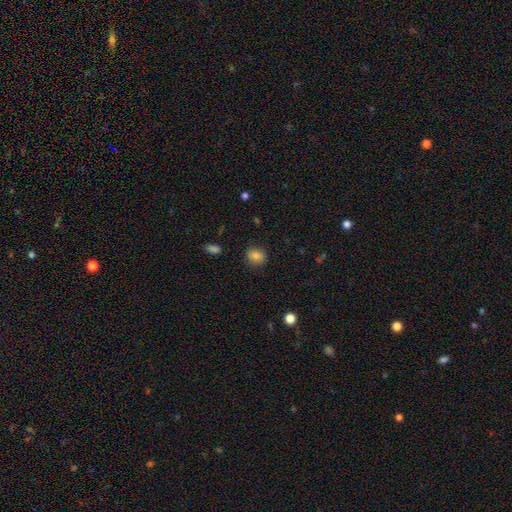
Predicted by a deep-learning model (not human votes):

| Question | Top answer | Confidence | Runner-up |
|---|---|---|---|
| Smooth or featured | smooth | 81% | star or artifact (11%) |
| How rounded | round | 77% | in between (22%) |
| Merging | none | 84% | minor disturbance (12%) |